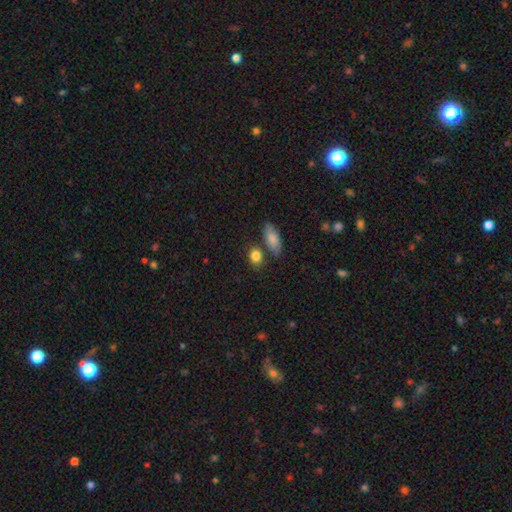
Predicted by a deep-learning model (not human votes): Smooth or featured?
  - smooth: 86% *
  - star or artifact: 8%
  - featured or disk: 6%
How rounded?
  - in between: 52% *
  - round: 45%
  - cigar-shaped: 3%
Merging?
  - none: 69% *
  - merger: 15%
  - minor disturbance: 12%
  - major disturbance: 4%